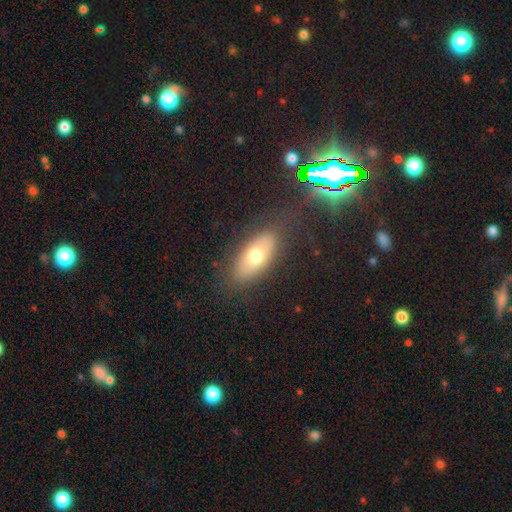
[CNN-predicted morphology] Overall: smooth (65%; featured or disk 26%). How rounded: in between (82%). Merging: none (80%).